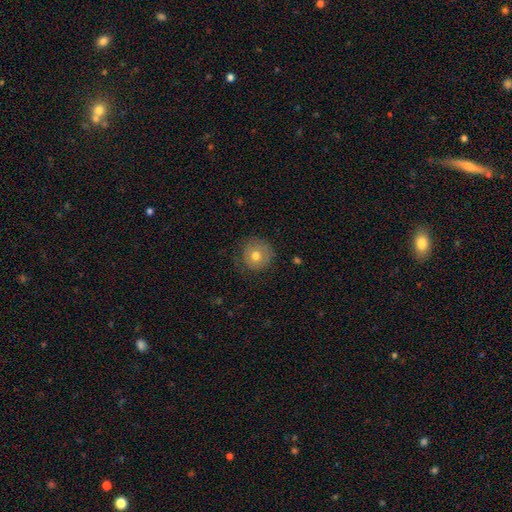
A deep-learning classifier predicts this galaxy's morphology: The model was most divided on "smooth or featured": smooth: 70%, featured or disk: 20%, star or artifact: 9%. More confident: how rounded — round (93%); merging — none (75%).